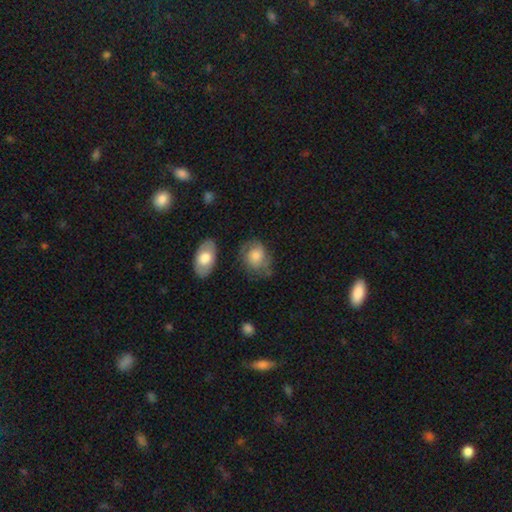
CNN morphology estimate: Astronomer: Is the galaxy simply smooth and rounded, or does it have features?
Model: smooth — 54% (runner-up: featured or disk, 39%).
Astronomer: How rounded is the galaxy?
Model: in between — 49%, tied with round at 49%.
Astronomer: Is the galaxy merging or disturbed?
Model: none — 56%.